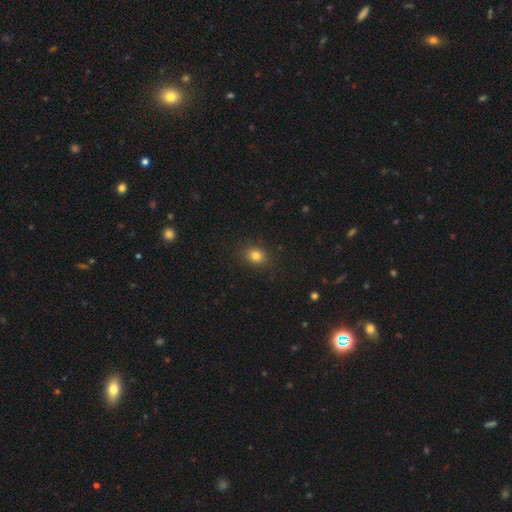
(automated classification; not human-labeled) This is clearly a smooth galaxy (81%). How rounded: possibly round (56%). Merging: clearly none (88%).